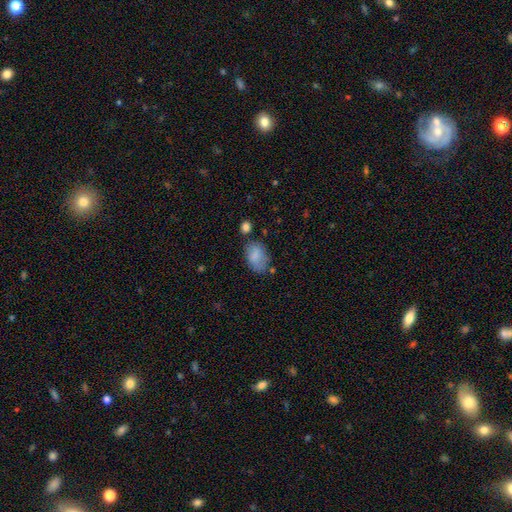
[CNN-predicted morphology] smooth-or-featured: smooth: 81% | featured or disk: 11% | star or artifact: 8%
  how-rounded: in between: 87% | round: 11% | cigar-shaped: 1%
  merging: none: 59% | minor disturbance: 26% | major disturbance: 8% | merger: 7%